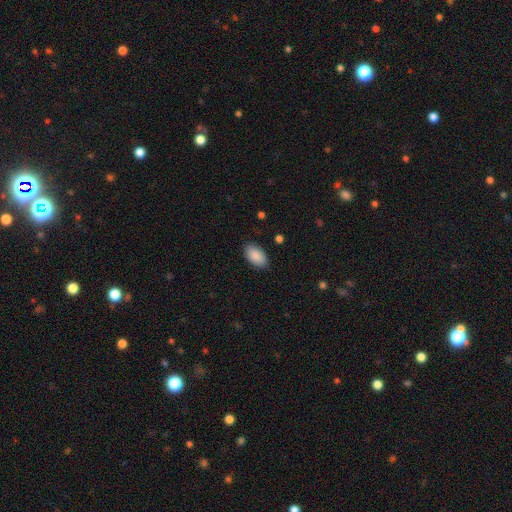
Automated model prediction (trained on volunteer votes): smooth-or-featured: smooth: 90% | star or artifact: 6% | featured or disk: 4%
  how-rounded: in between: 94% | round: 4% | cigar-shaped: 2%
  merging: none: 86% | minor disturbance: 11% | major disturbance: 3% | merger: 1%